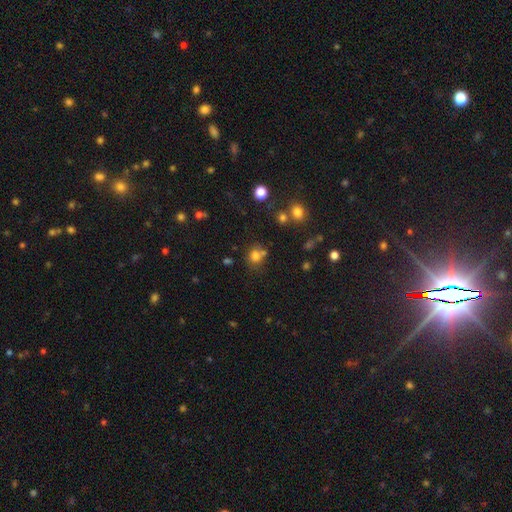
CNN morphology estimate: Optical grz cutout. It shows a smooth galaxy with no disk features (76%) that is round (75%). Merging: none (60%).